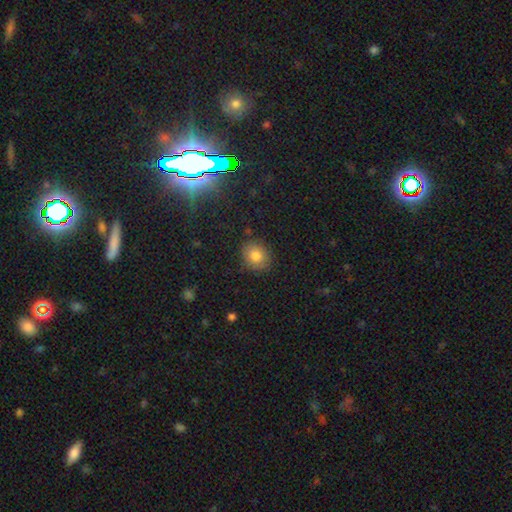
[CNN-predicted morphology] A smooth galaxy with no disk features (81%) that is round (66%). Merging: none (86%).